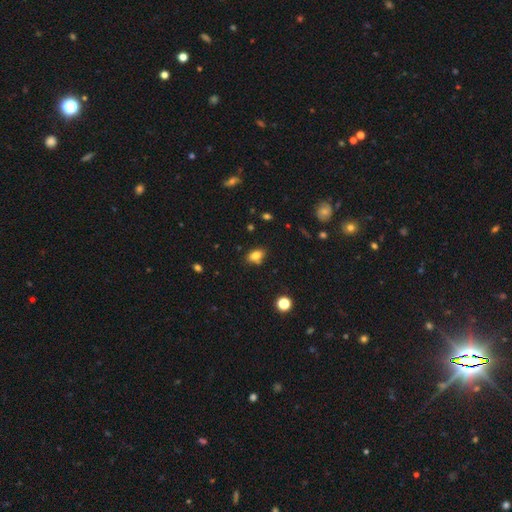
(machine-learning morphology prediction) A smooth galaxy with no disk features (80%) that is in between round and cigar-shaped (79%). Merging: none (74%).